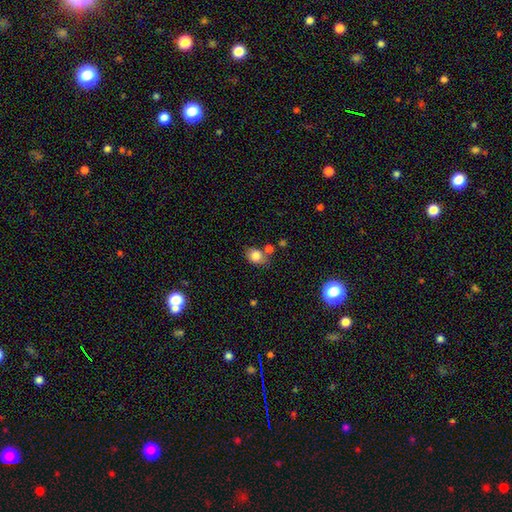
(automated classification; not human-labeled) The model was most divided on "how rounded": in between: 57%, round: 42%, cigar-shaped: 1%. More confident: smooth or featured — smooth (83%); merging — none (63%).